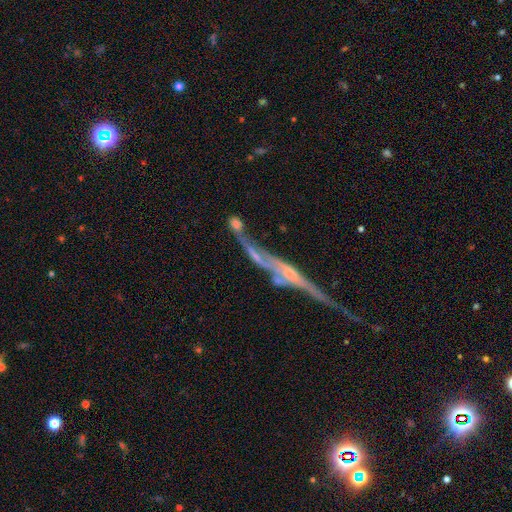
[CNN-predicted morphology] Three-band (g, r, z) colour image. It shows a featured or disk galaxy (68%) viewed edge-on (66%). Merging: merger (40%).